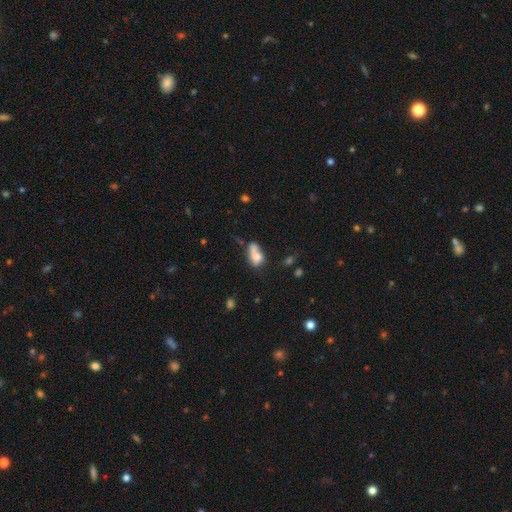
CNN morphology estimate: This appears to be a smooth galaxy with no disk features (65%) that is in between round and cigar-shaped (72%). Merging: merger (48%).